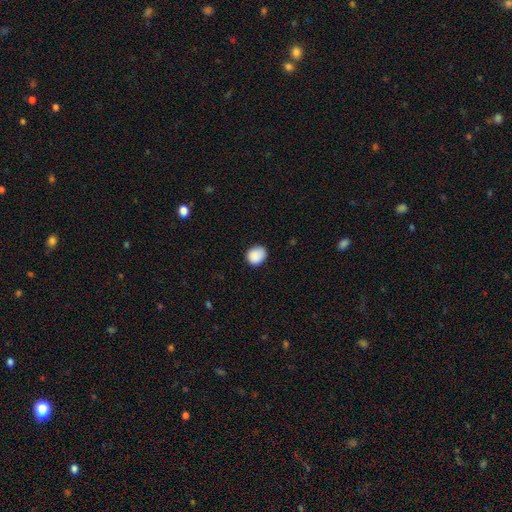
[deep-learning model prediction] A smooth galaxy with no disk features (88%) that is round (63%). Merging: none (78%).